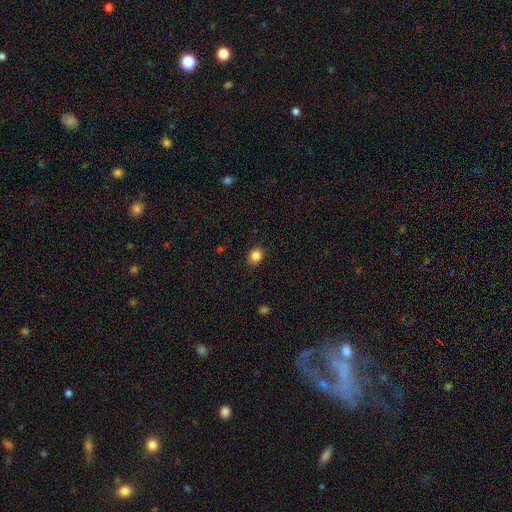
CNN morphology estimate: A smooth galaxy with no disk features (86%) that is round (64%).

Vote fractions:
- Smooth or featured? smooth: 86% / star or artifact: 10% / featured or disk: 4%
- How rounded? round: 64% / in between: 36% / cigar-shaped: 1%
- Merging? none: 89% / minor disturbance: 8% / major disturbance: 2% / merger: 1%